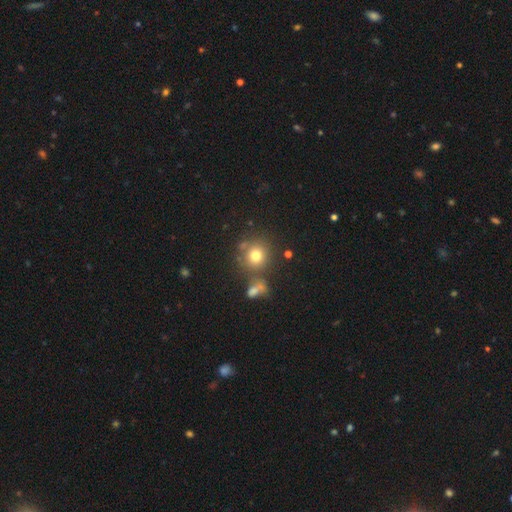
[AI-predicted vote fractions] smooth 75%, star or artifact 14%, featured or disk 11%. Down the decision tree: how rounded — round (88%); merging — none (71%).